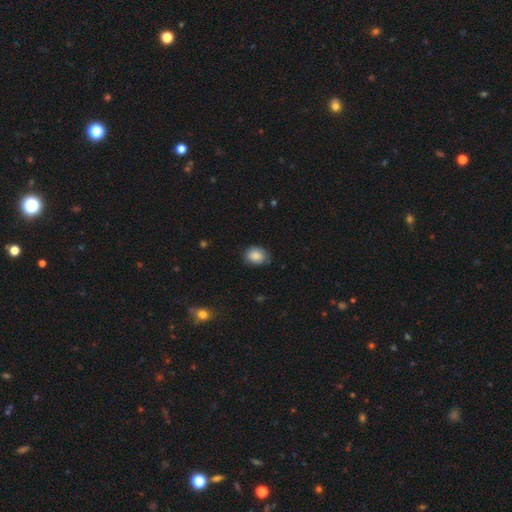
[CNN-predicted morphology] This appears to be a smooth galaxy with no disk features (86%) that is in between round and cigar-shaped (59%). Merging: none (74%).